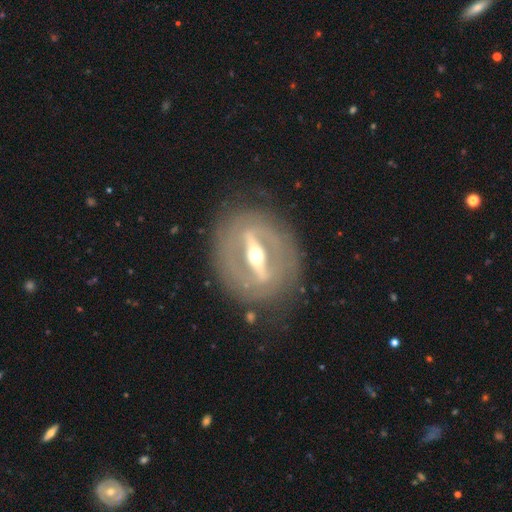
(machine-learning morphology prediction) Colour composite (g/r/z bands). It shows a featured or disk galaxy (85%) with a strong bar (81%), no spiral arms (54%) and a moderate central bulge (67%). Merging: none (82%).